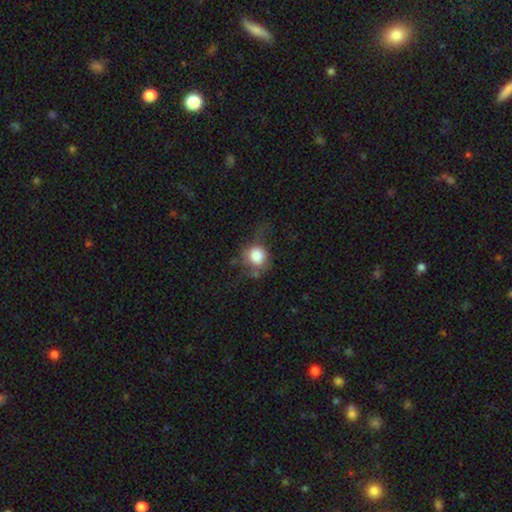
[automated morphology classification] Q: Smooth or featured?
A: smooth (78%); runner-up: featured or disk (14%)
Q: How rounded?
A: round (80%); runner-up: in between (19%)
Q: Merging?
A: none (43%); runner-up: minor disturbance (29%)